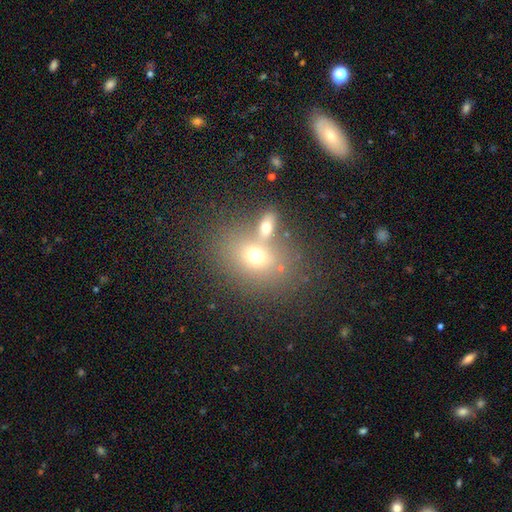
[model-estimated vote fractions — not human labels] Q: Smooth or featured?
A: smooth (64%); runner-up: featured or disk (20%)
Q: How rounded?
A: in between (60%); runner-up: round (38%)
Q: Merging?
A: none (49%); runner-up: merger (35%)